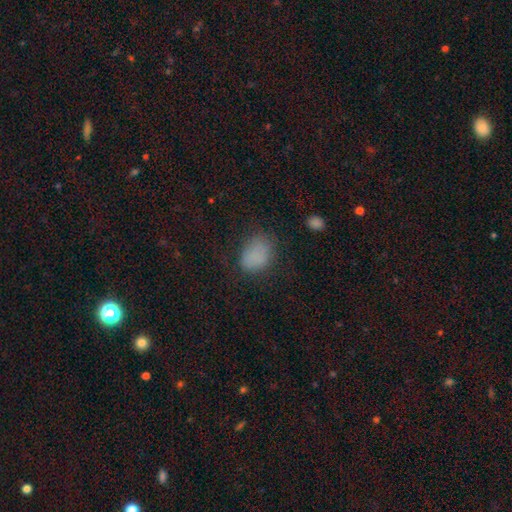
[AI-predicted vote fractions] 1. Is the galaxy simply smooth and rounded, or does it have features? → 81% smooth, 13% star or artifact, 6% featured or disk.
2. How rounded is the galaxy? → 73% in between, 26% round, 1% cigar-shaped.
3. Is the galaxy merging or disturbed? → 64% none, 23% minor disturbance, 11% major disturbance, 2% merger.